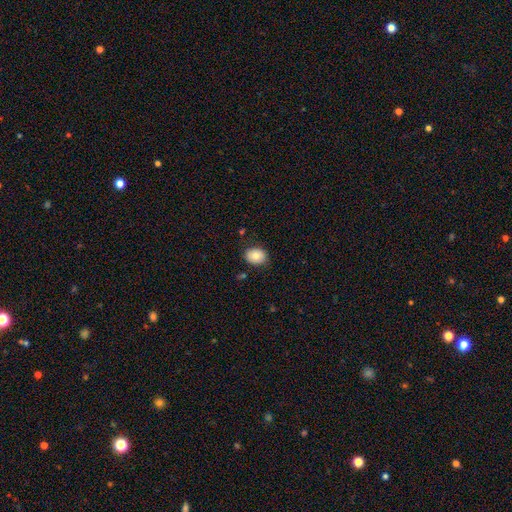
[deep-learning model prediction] Morphology: type=smooth (79%); roundness=in between (56%); merging=none (83%).